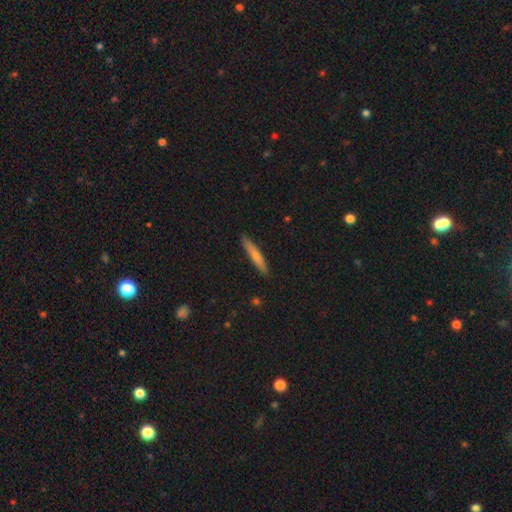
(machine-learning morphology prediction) smooth 71%, featured or disk 23%, star or artifact 6%. Down the decision tree: how rounded — cigar-shaped (93%); merging — none (89%).